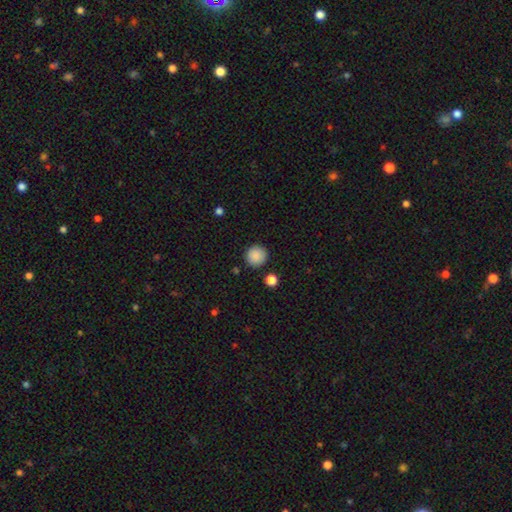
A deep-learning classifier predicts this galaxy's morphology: Smooth or featured? smooth (88%)
How rounded? round (95%)
Merging? none (89%)